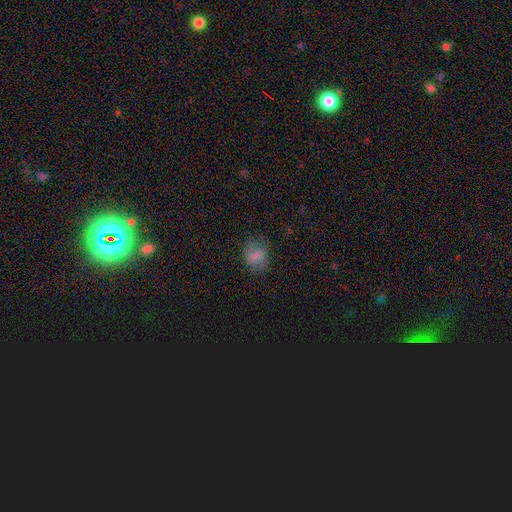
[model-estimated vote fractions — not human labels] Smooth or featured?
  - smooth: 73% *
  - featured or disk: 14%
  - star or artifact: 13%
How rounded?
  - in between: 52% *
  - round: 46%
  - cigar-shaped: 1%
Merging?
  - none: 69% *
  - minor disturbance: 20%
  - major disturbance: 10%
  - merger: 1%